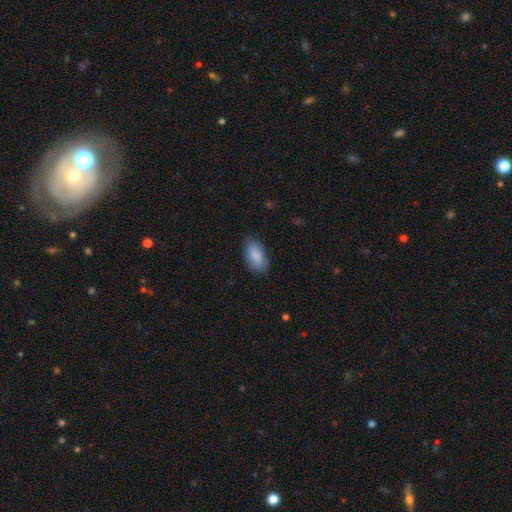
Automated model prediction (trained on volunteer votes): smooth_or_featured: smooth (p=0.86) [alt: featured or disk p=0.08]
how_rounded: in between (p=0.93) [alt: round p=0.03]
merging: none (p=0.80) [alt: minor disturbance p=0.16]